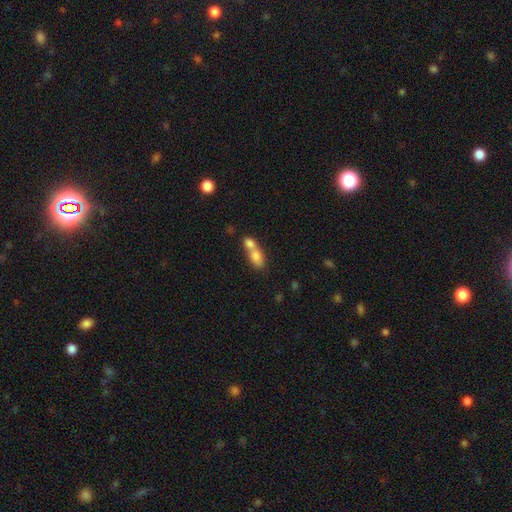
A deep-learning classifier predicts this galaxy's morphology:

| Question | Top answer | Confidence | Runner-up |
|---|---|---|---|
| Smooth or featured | smooth | 76% | featured or disk (16%) |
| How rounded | in between | 73% | round (18%) |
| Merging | merger | 74% | none (17%) |